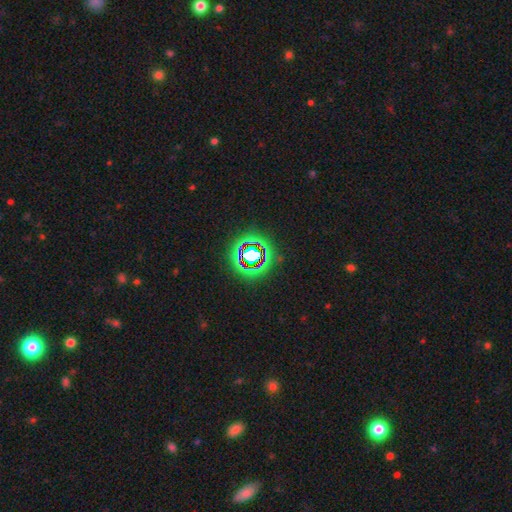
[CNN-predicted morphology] star or artifact 77%, smooth 12%, featured or disk 11%.